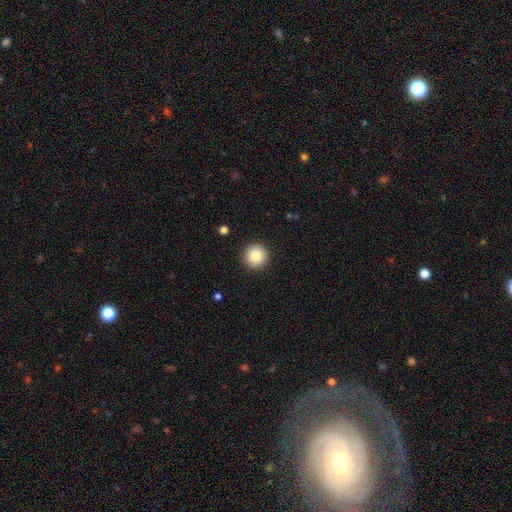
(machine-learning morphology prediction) Q: Smooth or featured?
A: smooth (85%); runner-up: star or artifact (9%)
Q: How rounded?
A: round (96%); runner-up: in between (3%)
Q: Merging?
A: none (92%); runner-up: minor disturbance (5%)